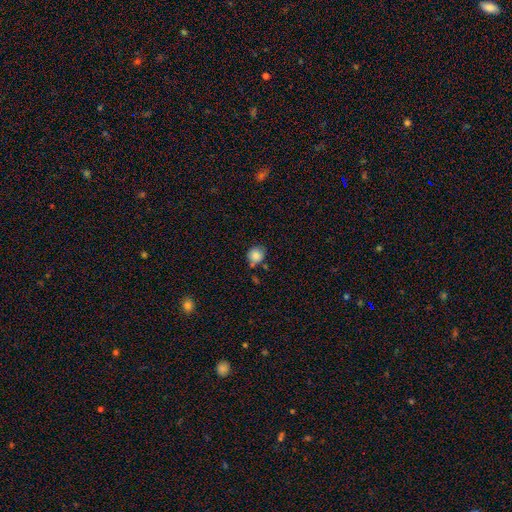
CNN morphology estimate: Smooth or featured? smooth (85%)
How rounded? round (83%)
Merging? none (66%)